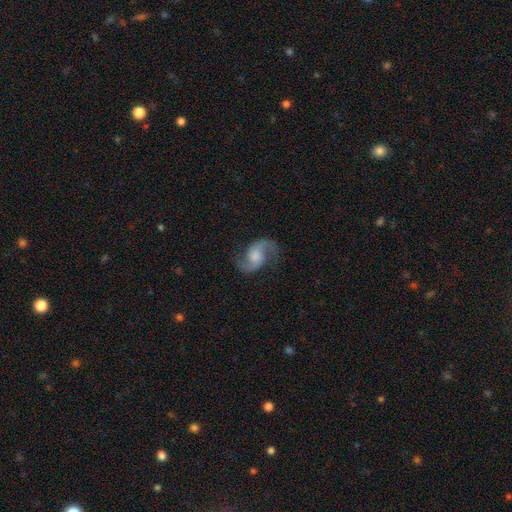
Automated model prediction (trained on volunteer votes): Smooth or featured: featured or disk — 88% (smooth — 7%)
Edge-on disk: no — 98% (yes — 2%)
Bar: no — 60% (weak — 33%)
Spiral arms: yes — 97% (no — 3%)
Spiral winding: loose — 49% (medium — 43%)
Spiral arm count: 2 — 94% (can't tell — 2%)
Bulge size: moderate — 31% (none — 25%)
Merging: none — 79% (minor disturbance — 13%)